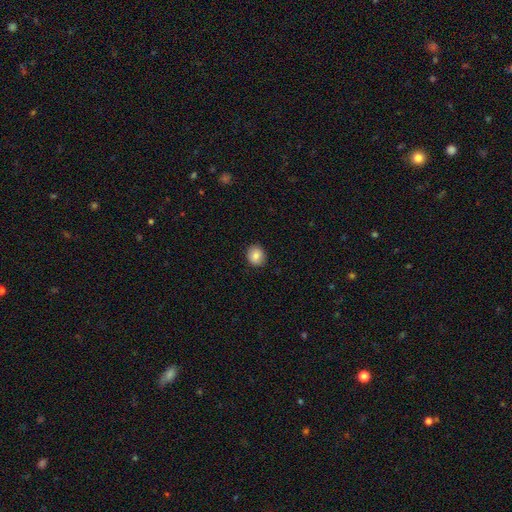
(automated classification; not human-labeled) Q: Smooth or featured?
A: smooth (85%); runner-up: star or artifact (8%)
Q: How rounded?
A: round (80%); runner-up: in between (19%)
Q: Merging?
A: none (90%); runner-up: minor disturbance (7%)